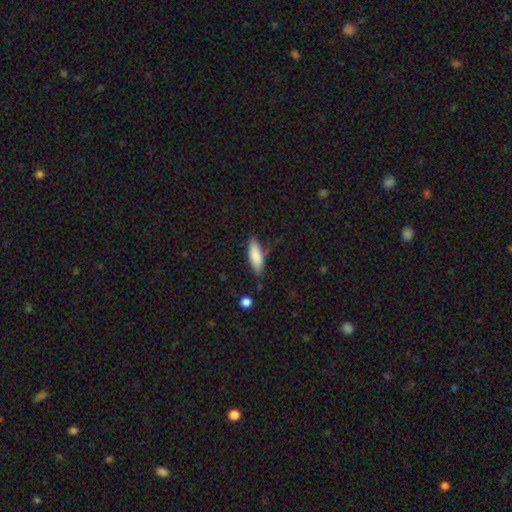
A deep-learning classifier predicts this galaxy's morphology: This appears to be a smooth galaxy with no disk features (85%) that is in between round and cigar-shaped (61%). Merging: none (72%).